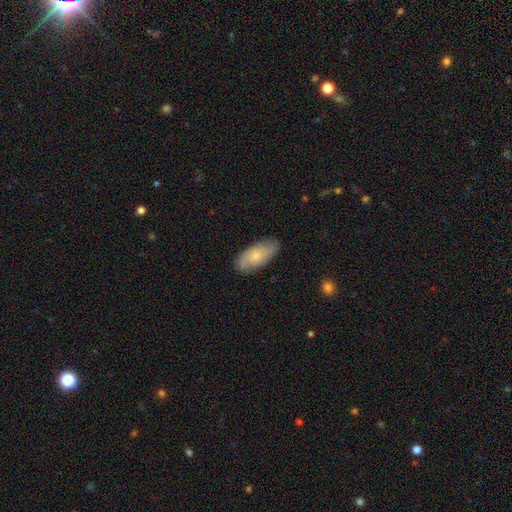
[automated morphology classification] smooth_or_featured: smooth (p=0.60) [alt: featured or disk p=0.34]
how_rounded: in between (p=0.88) [alt: cigar-shaped p=0.09]
merging: none (p=0.80) [alt: minor disturbance p=0.16]